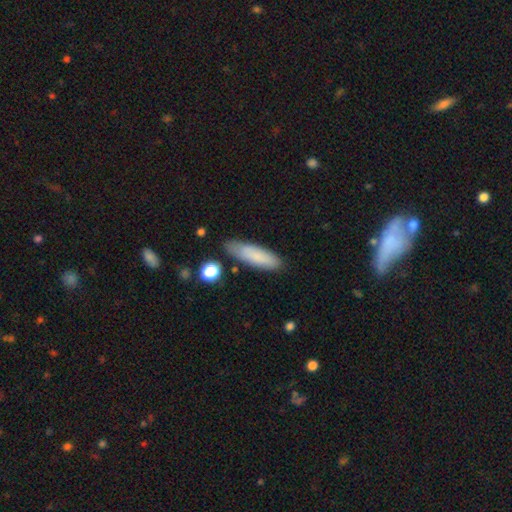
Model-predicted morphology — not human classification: This is clearly a smooth galaxy (81%). How rounded: possibly cigar-shaped (57%). Merging: likely none (79%).